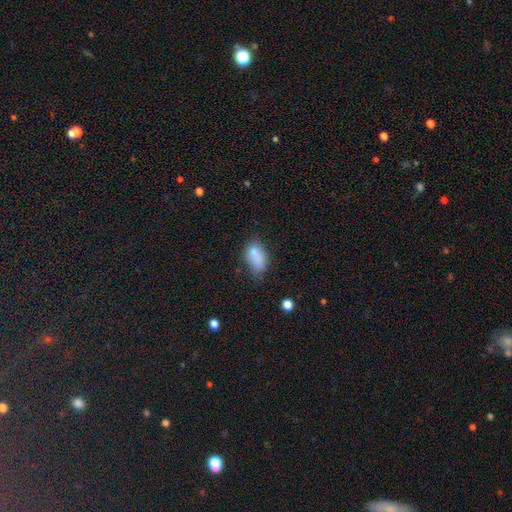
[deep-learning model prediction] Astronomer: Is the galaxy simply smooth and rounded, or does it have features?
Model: smooth — 77%.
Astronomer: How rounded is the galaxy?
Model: in between — 87%.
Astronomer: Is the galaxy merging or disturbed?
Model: none — 37% (runner-up: minor disturbance, 33%).